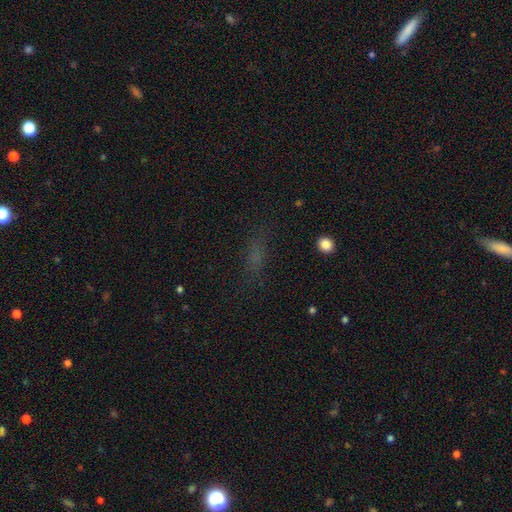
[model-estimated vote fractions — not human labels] This appears to be a smooth galaxy with no disk features (55%) that is in between round and cigar-shaped (49%). Merging: none (74%).